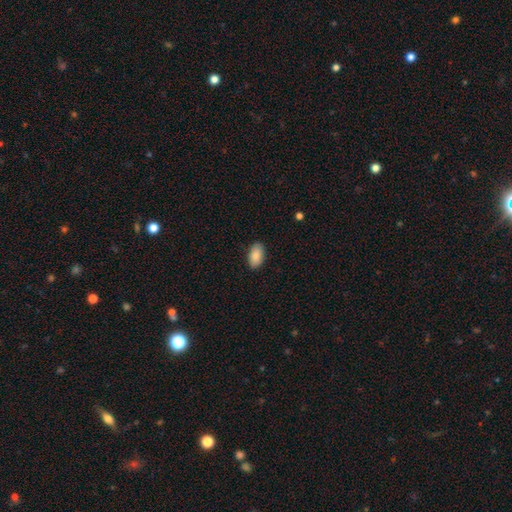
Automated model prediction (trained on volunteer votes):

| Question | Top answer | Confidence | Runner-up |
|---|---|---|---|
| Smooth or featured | smooth | 89% | star or artifact (6%) |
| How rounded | in between | 95% | round (3%) |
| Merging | none | 88% | minor disturbance (9%) |